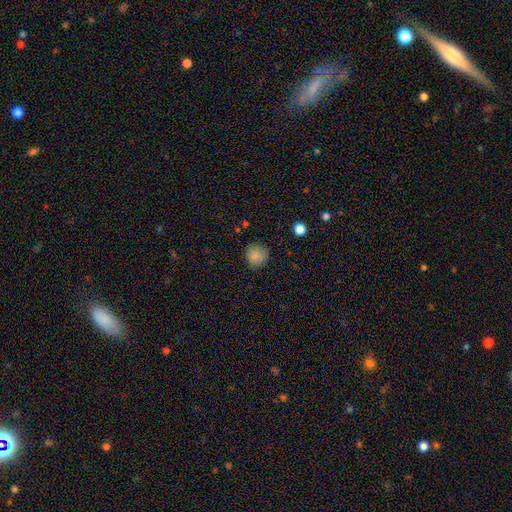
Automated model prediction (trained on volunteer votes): Morphology: type=smooth (85%); roundness=round (91%); merging=none (82%).